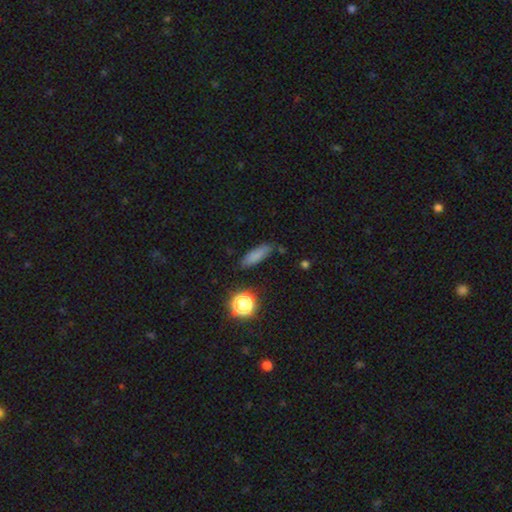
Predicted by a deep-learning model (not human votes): A smooth galaxy with no disk features (78%) that is cigar-shaped (52%).

Vote fractions:
- Smooth or featured? smooth: 78% / star or artifact: 12% / featured or disk: 9%
- How rounded? cigar-shaped: 52% / in between: 43% / round: 5%
- Merging? none: 79% / minor disturbance: 15% / major disturbance: 4% / merger: 3%